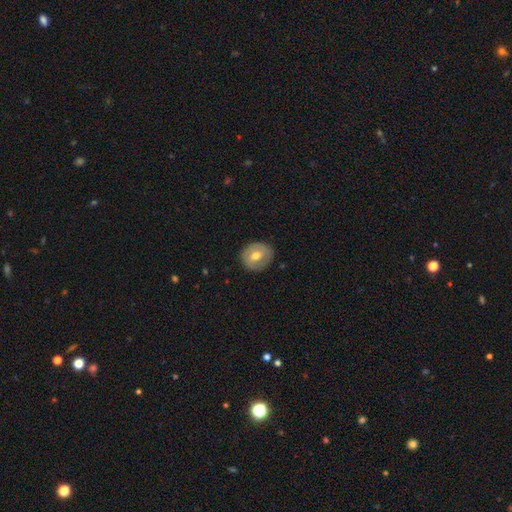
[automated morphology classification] Smooth or featured: smooth — 51% (featured or disk — 43%)
How rounded: round — 77% (in between — 22%)
Merging: none — 84% (minor disturbance — 12%)